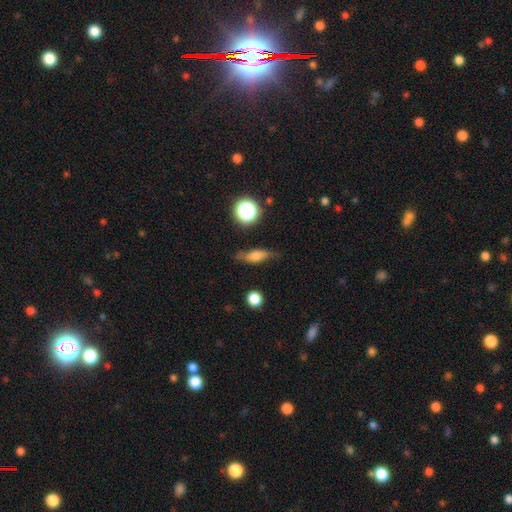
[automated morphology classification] Smooth or featured?
  - smooth: 58% *
  - featured or disk: 30%
  - star or artifact: 11%
How rounded?
  - in between: 48% *
  - cigar-shaped: 43%
  - round: 9%
Merging?
  - none: 69% *
  - minor disturbance: 22%
  - major disturbance: 6%
  - merger: 2%